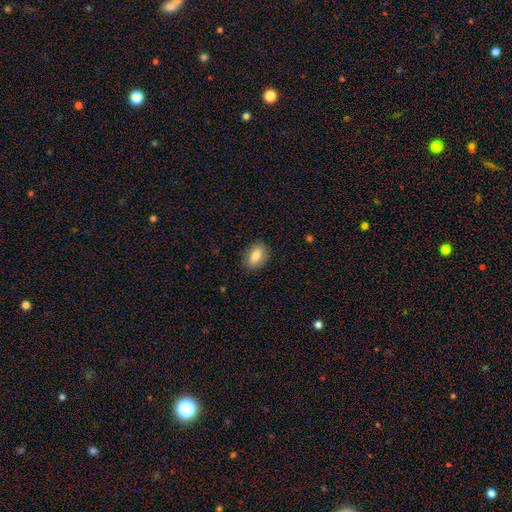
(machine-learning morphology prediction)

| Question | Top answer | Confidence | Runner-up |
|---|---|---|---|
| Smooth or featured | smooth | 81% | featured or disk (12%) |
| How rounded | in between | 86% | round (11%) |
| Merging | none | 85% | minor disturbance (11%) |